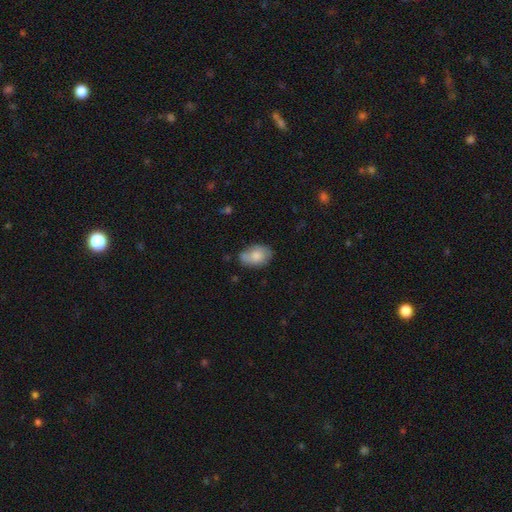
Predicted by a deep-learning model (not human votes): Smooth or featured? Predicted: smooth (p=0.76). How rounded? Predicted: in between (p=0.86). Merging? Predicted: none (p=0.59).